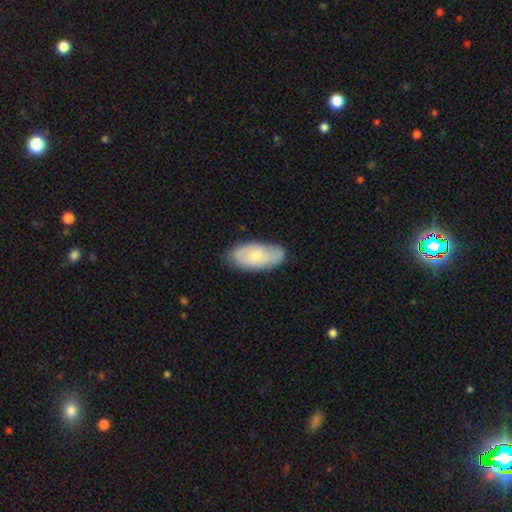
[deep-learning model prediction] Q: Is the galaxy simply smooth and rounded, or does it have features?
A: smooth — 59%.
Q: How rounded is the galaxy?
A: in between — 93%.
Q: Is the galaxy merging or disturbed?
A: none — 74%.